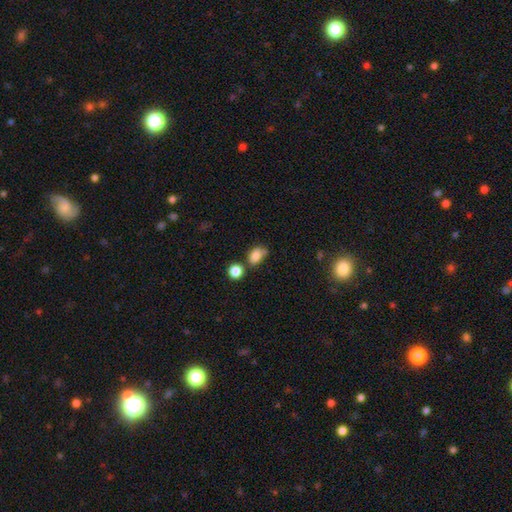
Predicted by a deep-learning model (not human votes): A smooth galaxy with no disk features (81%) that is in between round and cigar-shaped (75%). Merging: none (50%).